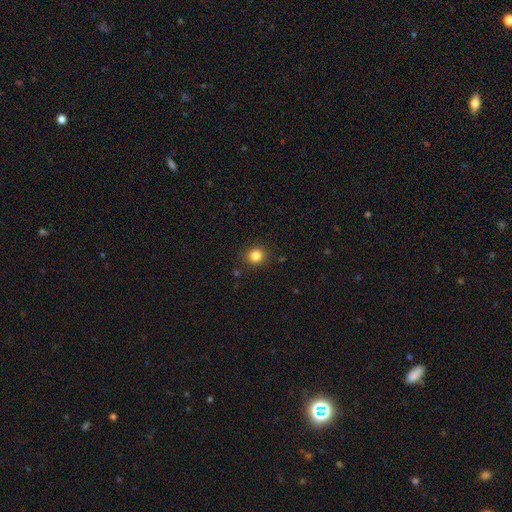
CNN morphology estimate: This appears to be a smooth galaxy with no disk features (83%) that is round (85%). Merging: none (88%).